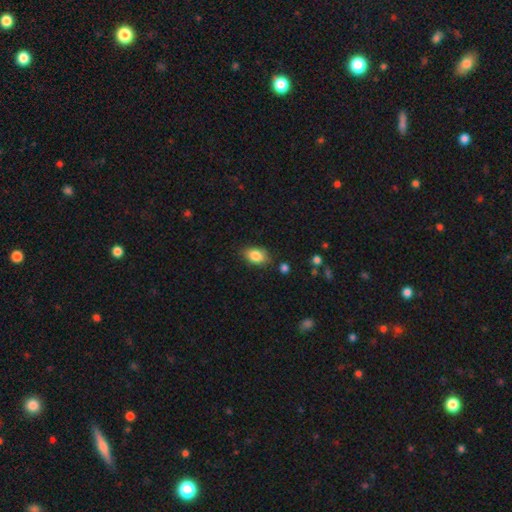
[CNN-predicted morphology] A smooth galaxy with no disk features (85%) that is in between round and cigar-shaped (85%).

Vote fractions:
- Smooth or featured? smooth: 85% / star or artifact: 8% / featured or disk: 8%
- How rounded? in between: 85% / round: 13% / cigar-shaped: 2%
- Merging? none: 80% / minor disturbance: 14% / major disturbance: 3% / merger: 2%